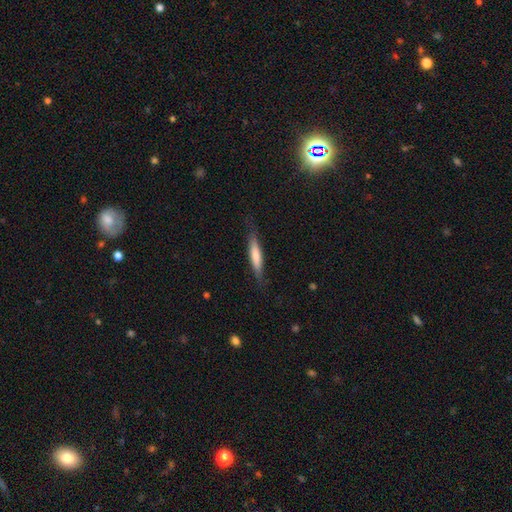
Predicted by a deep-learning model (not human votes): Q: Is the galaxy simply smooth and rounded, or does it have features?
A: smooth — 69%.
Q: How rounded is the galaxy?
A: cigar-shaped — 85%.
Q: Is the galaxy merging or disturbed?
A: none — 81%.